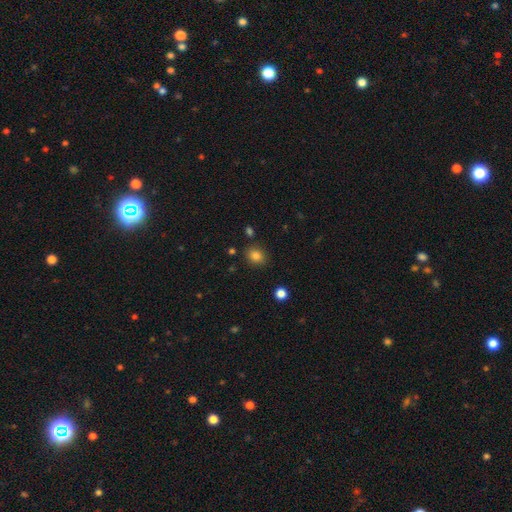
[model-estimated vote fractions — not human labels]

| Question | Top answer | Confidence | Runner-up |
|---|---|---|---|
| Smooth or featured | smooth | 82% | star or artifact (12%) |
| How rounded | round | 58% | in between (41%) |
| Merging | none | 84% | minor disturbance (10%) |